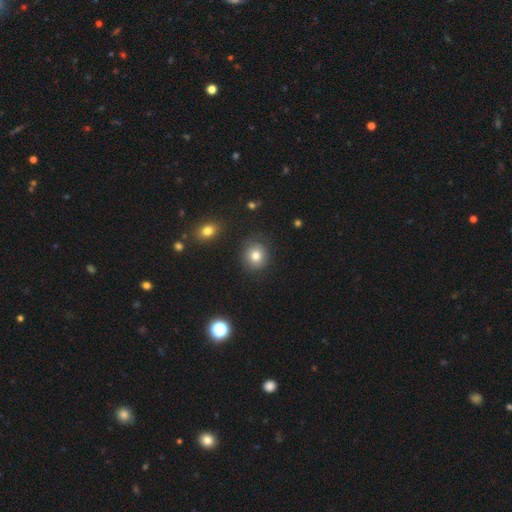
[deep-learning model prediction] A smooth galaxy with no disk features (80%) that is round (83%).

Vote fractions:
- Smooth or featured? smooth: 80% / star or artifact: 11% / featured or disk: 9%
- How rounded? round: 83% / in between: 16% / cigar-shaped: 1%
- Merging? none: 86% / minor disturbance: 9% / major disturbance: 3% / merger: 2%